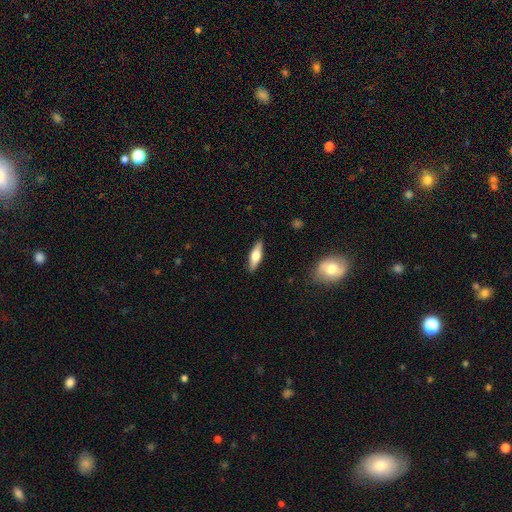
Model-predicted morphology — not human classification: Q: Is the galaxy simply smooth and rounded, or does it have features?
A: smooth — 49%.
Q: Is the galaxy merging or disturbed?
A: none — 88%.